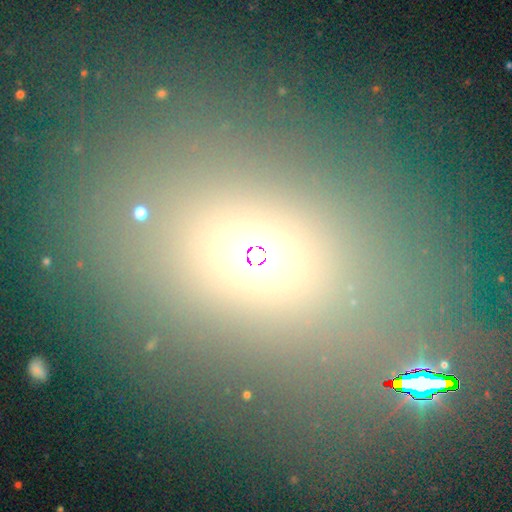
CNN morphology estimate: A smooth galaxy with no disk features (60%) that is in between round and cigar-shaped (53%). Merging: none (74%).